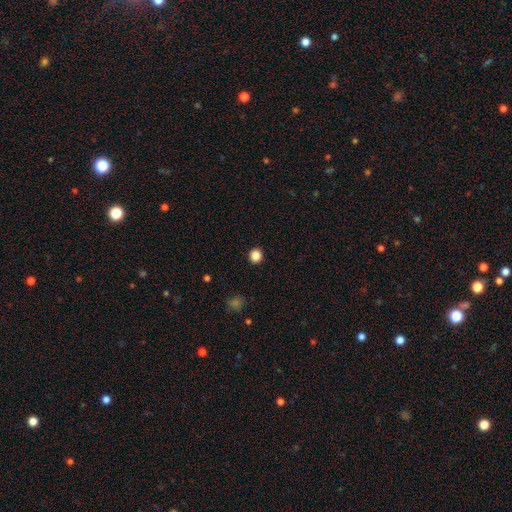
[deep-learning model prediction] Smooth or featured: smooth — 86% (star or artifact — 11%)
How rounded: round — 90% (in between — 9%)
Merging: none — 93% (minor disturbance — 5%)